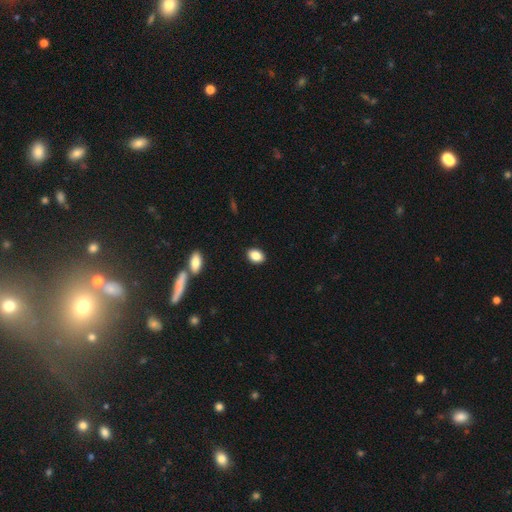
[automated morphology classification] smooth 86%, star or artifact 8%, featured or disk 5%. Down the decision tree: how rounded — in between (78%); merging — none (89%).